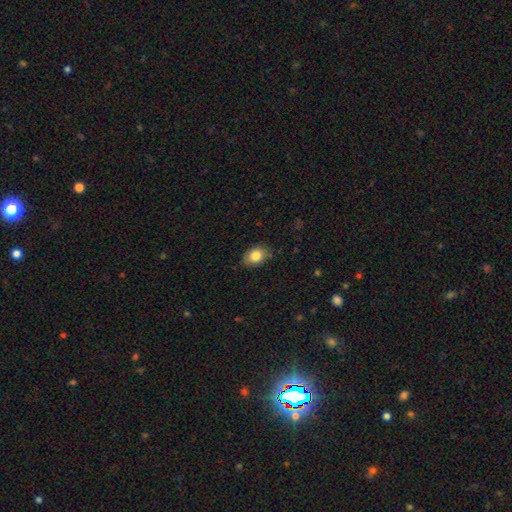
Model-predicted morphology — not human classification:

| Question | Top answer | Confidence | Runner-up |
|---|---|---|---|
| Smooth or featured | smooth | 83% | featured or disk (9%) |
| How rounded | in between | 71% | round (27%) |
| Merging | none | 77% | minor disturbance (19%) |